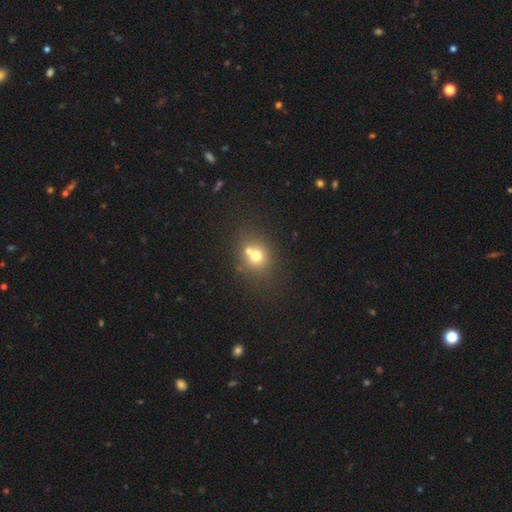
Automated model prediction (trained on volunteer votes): The model was most divided on "merging": none: 45%, merger: 43%, minor disturbance: 8%, major disturbance: 4%. More confident: how rounded — round (75%); smooth or featured — smooth (68%).